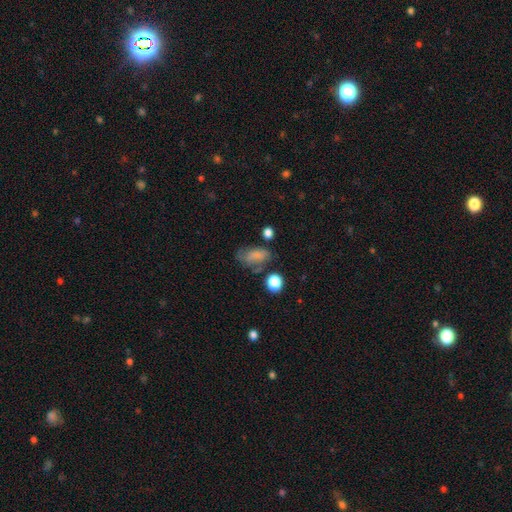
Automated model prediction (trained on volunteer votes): smooth 70%, featured or disk 17%, star or artifact 13%. Down the decision tree: how rounded — in between (84%); merging — none (44%).